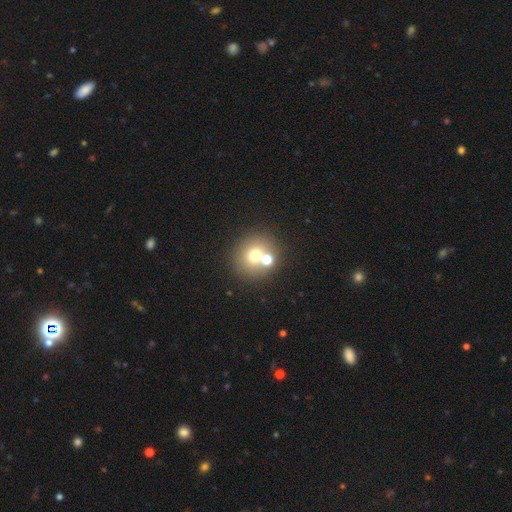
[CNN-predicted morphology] The model was most divided on "merging": none: 60%, merger: 30%, minor disturbance: 7%, major disturbance: 3%. More confident: how rounded — round (87%); smooth or featured — smooth (67%).